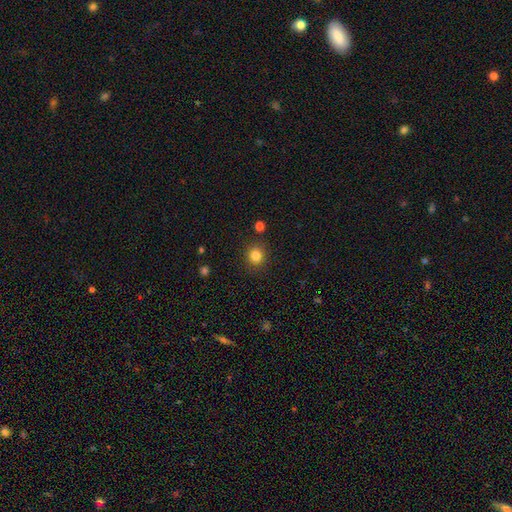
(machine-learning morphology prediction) Smooth or featured? Predicted: smooth (p=0.83). How rounded? Predicted: round (p=0.89). Merging? Predicted: none (p=0.89).